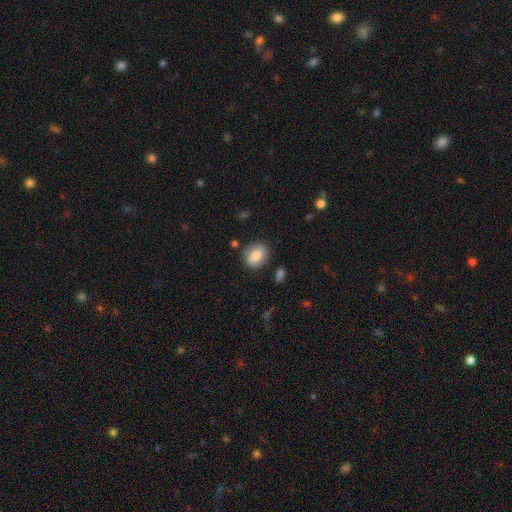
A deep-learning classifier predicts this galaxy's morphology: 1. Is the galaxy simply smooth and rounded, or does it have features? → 79% smooth, 14% featured or disk, 8% star or artifact.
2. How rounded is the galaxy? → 58% in between, 41% round, 2% cigar-shaped.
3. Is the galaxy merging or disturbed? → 78% none, 14% minor disturbance, 4% major disturbance, 4% merger.